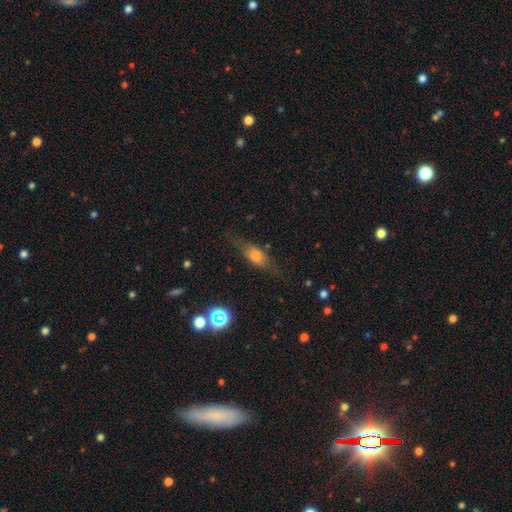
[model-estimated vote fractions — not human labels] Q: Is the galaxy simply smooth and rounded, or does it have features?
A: smooth — 51%.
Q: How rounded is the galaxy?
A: in between — 54%.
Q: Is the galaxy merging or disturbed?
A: none — 72%.